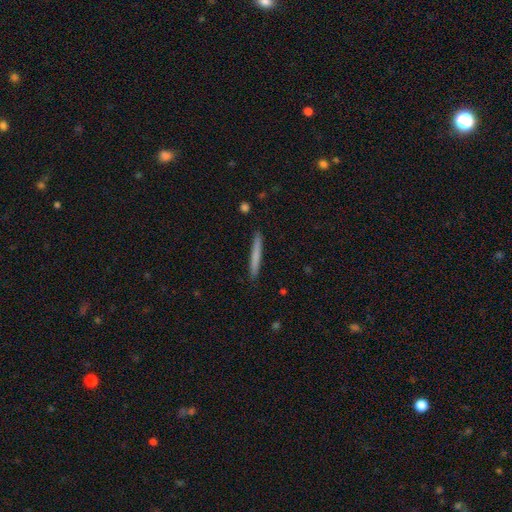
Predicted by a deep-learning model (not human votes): A smooth galaxy with no disk features (72%) that is cigar-shaped (97%). Merging: none (91%).